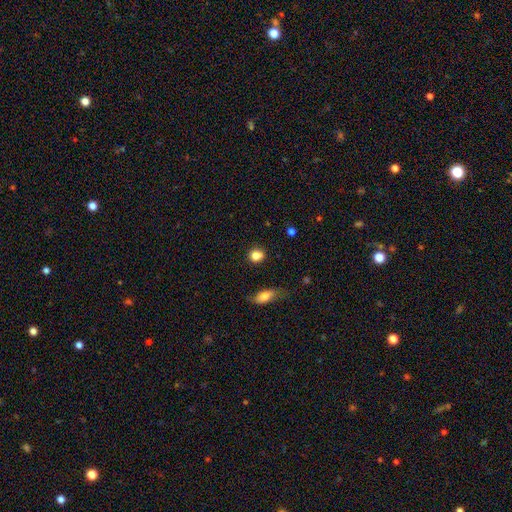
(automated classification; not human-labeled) The model was most divided on "how rounded": round: 77%, in between: 21%, cigar-shaped: 2%. More confident: smooth or featured — smooth (83%); merging — none (79%).